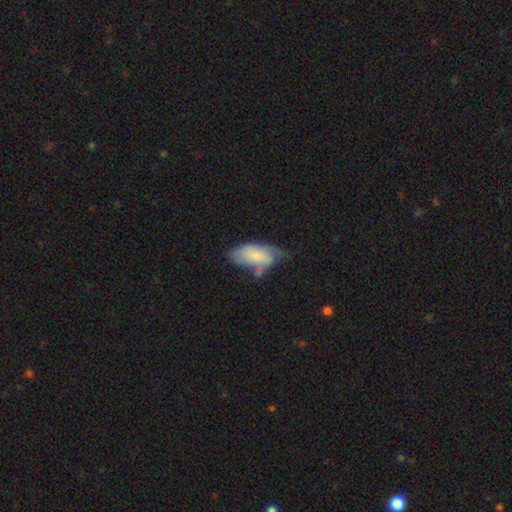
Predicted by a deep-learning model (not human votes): A smooth galaxy with no disk features (62%) that is in between round and cigar-shaped (89%). Merging: minor disturbance (38%).